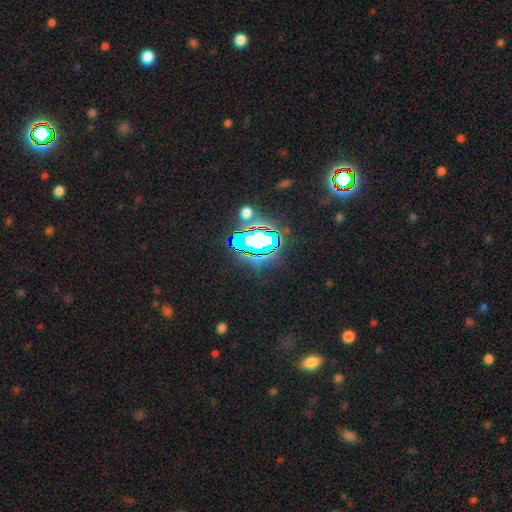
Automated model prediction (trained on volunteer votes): Smooth or featured? Predicted: star or artifact (p=0.83).